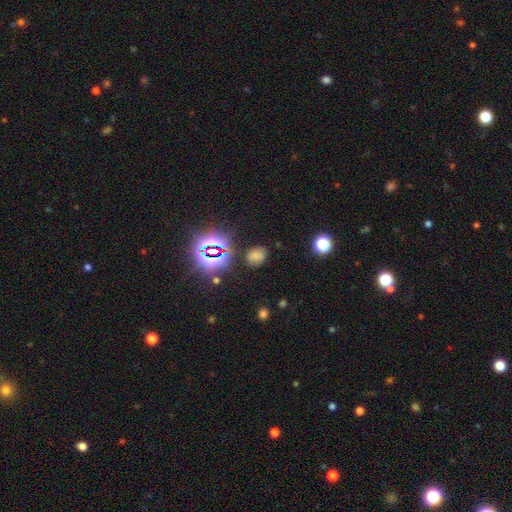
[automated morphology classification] smooth 61%, star or artifact 29%, featured or disk 10%. Down the decision tree: how rounded — in between (62%); merging — none (73%).